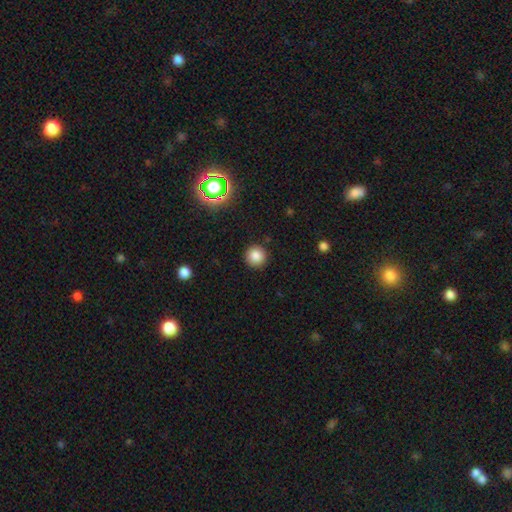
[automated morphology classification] Smooth or featured? smooth (83%)
How rounded? round (95%)
Merging? none (91%)